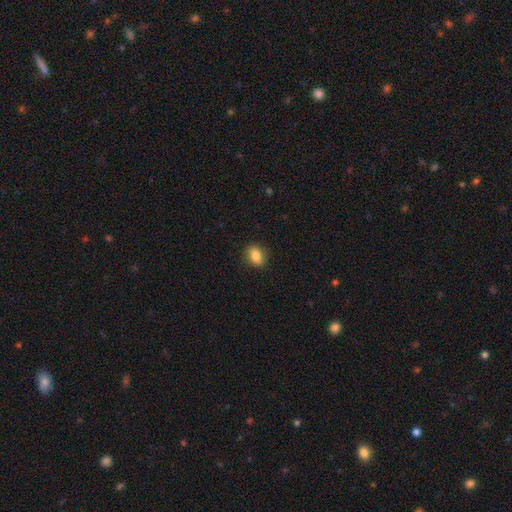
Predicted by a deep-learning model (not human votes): Smooth or featured? smooth (85%)
How rounded? in between (66%)
Merging? none (86%)